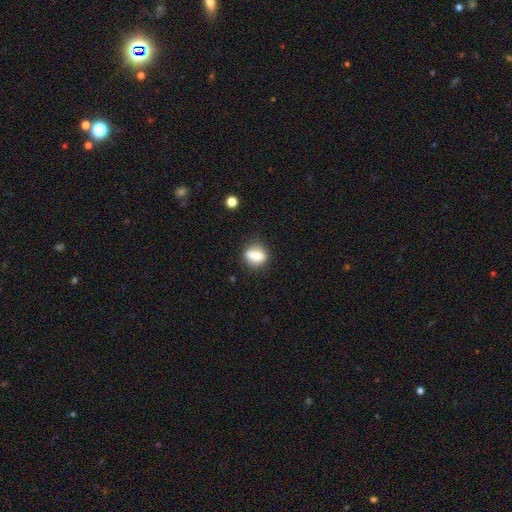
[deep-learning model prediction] A smooth galaxy with no disk features (75%) that is round (49%).

Vote fractions:
- Smooth or featured? smooth: 75% / featured or disk: 16% / star or artifact: 9%
- How rounded? round: 49% / in between: 47% / cigar-shaped: 4%
- Merging? none: 63% / minor disturbance: 19% / merger: 12% / major disturbance: 6%